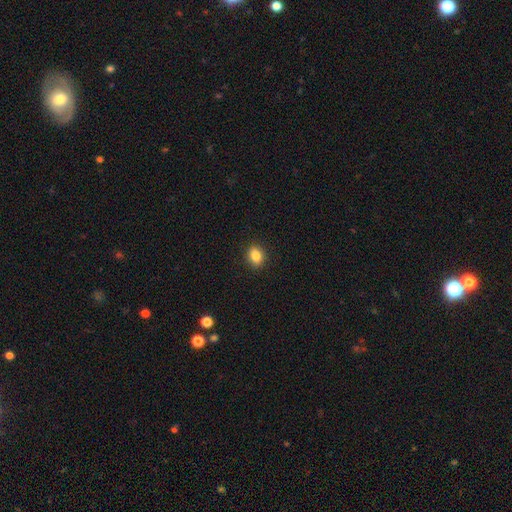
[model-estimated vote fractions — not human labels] smooth 84%, star or artifact 10%, featured or disk 7%. Down the decision tree: how rounded — in between (57%); merging — none (90%).